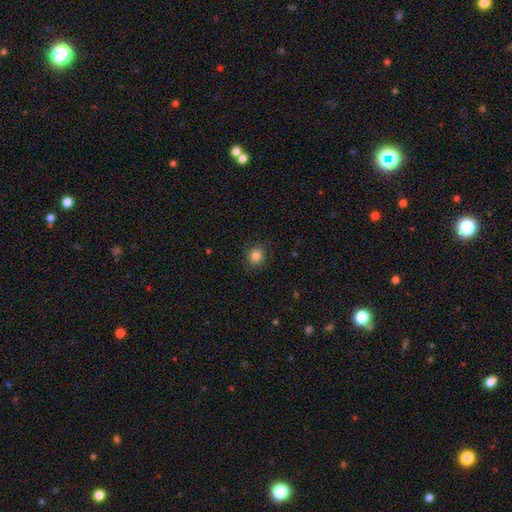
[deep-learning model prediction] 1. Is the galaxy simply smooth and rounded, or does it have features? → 84% smooth, 11% star or artifact, 5% featured or disk.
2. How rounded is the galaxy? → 85% round, 14% in between, 1% cigar-shaped.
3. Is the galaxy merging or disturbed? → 88% none, 9% minor disturbance, 3% major disturbance, 1% merger.